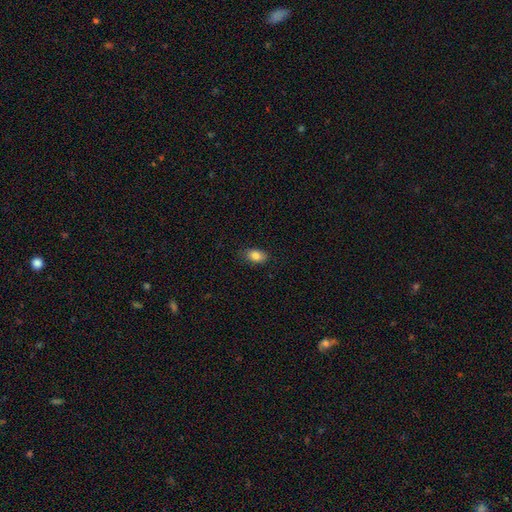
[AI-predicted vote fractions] This is clearly a smooth galaxy (84%). How rounded: clearly in between (87%). Merging: clearly none (84%).